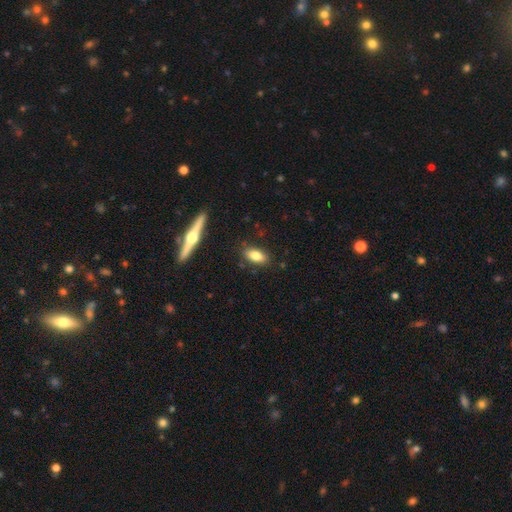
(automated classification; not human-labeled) This appears to be a smooth galaxy with no disk features (78%) that is in between round and cigar-shaped (84%). Merging: none (84%).